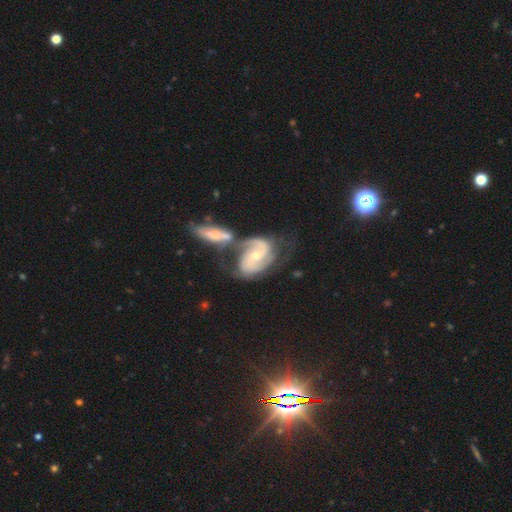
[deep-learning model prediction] Q: Smooth or featured?
A: featured or disk (87%); runner-up: smooth (8%)
Q: Edge-on disk?
A: no (96%); runner-up: yes (4%)
Q: Bar?
A: no (46%); runner-up: weak (39%)
Q: Spiral arms?
A: yes (96%); runner-up: no (4%)
Q: Spiral winding?
A: medium (48%); runner-up: tight (33%)
Q: Spiral arm count?
A: 2 (82%); runner-up: can't tell (8%)
Q: Bulge size?
A: moderate (49%); runner-up: small (47%)
Q: Merging?
A: merger (49%); runner-up: none (28%)